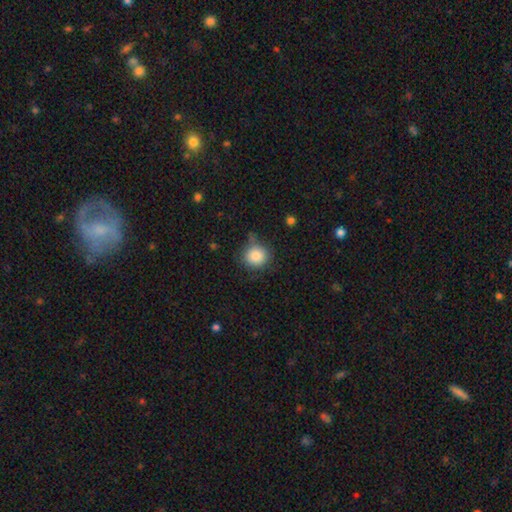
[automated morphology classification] smooth 85%, star or artifact 9%, featured or disk 6%. Down the decision tree: how rounded — round (88%); merging — none (72%).